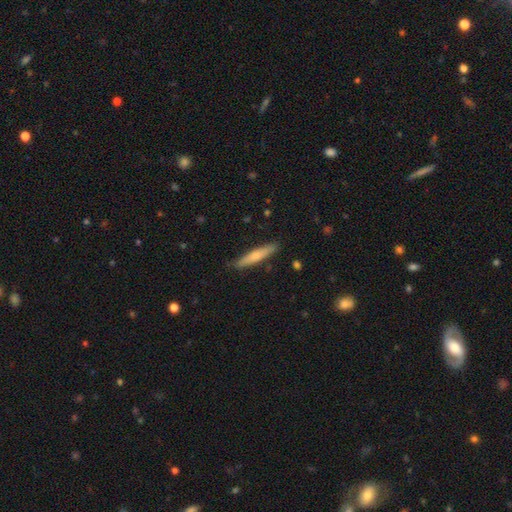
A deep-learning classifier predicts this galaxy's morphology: A smooth galaxy with no disk features (65%) that is cigar-shaped (93%). Merging: none (88%).